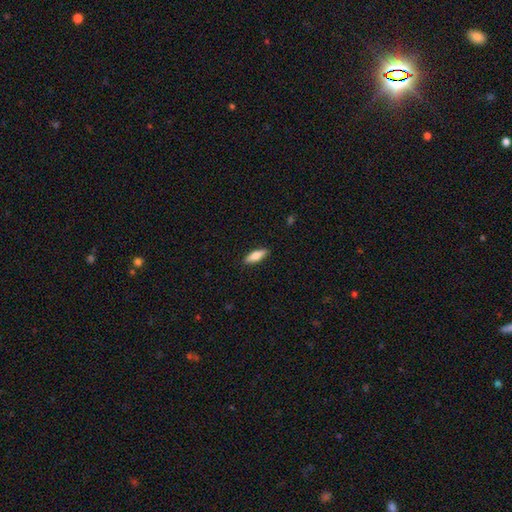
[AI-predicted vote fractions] Smooth or featured?
  - smooth: 76% *
  - featured or disk: 18%
  - star or artifact: 6%
How rounded?
  - in between: 56% *
  - cigar-shaped: 42%
  - round: 2%
Merging?
  - none: 89% *
  - minor disturbance: 9%
  - major disturbance: 2%
  - merger: 1%